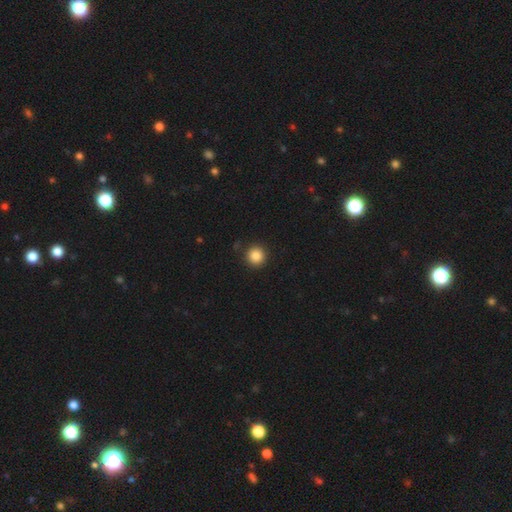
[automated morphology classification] Overall: smooth (86%). How rounded: round (95%). Merging: none (91%).